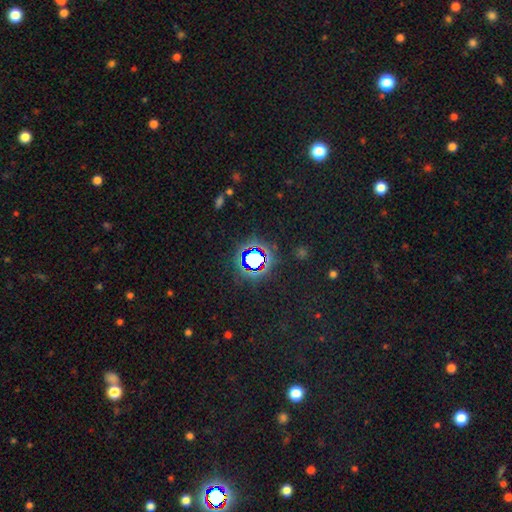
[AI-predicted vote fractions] This appears to be a star or artifact, not a galaxy (72%).